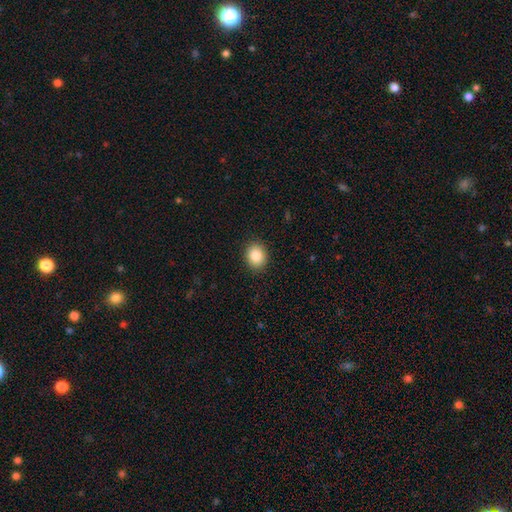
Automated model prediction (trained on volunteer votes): smooth_or_featured: smooth (p=0.86) [alt: star or artifact p=0.09]
how_rounded: round (p=0.64) [alt: in between p=0.35]
merging: none (p=0.90) [alt: minor disturbance p=0.07]